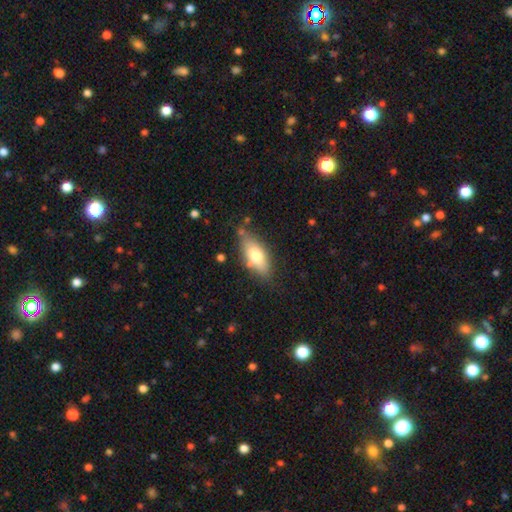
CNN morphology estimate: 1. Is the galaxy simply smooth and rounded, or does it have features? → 70% smooth, 23% featured or disk, 7% star or artifact.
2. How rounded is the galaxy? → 80% in between, 17% cigar-shaped, 3% round.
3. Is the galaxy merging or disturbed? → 72% none, 19% minor disturbance, 5% merger, 4% major disturbance.